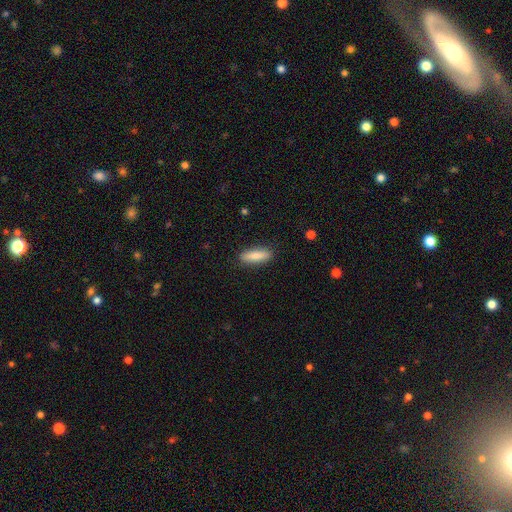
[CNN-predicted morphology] A smooth galaxy with no disk features (83%) that is cigar-shaped (58%).

Vote fractions:
- Smooth or featured? smooth: 83% / featured or disk: 11% / star or artifact: 6%
- How rounded? cigar-shaped: 58% / in between: 40% / round: 2%
- Merging? none: 88% / minor disturbance: 9% / major disturbance: 2% / merger: 1%